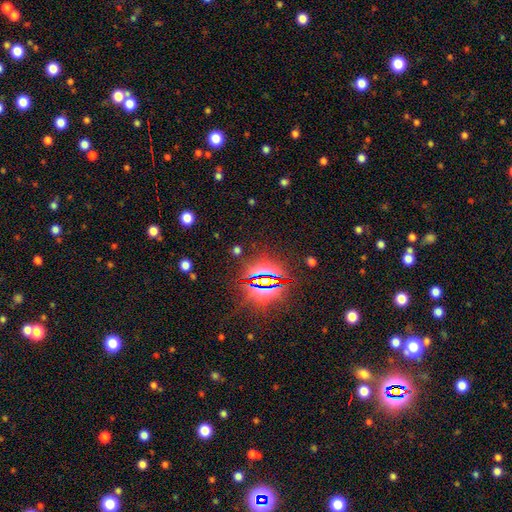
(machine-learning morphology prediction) smooth_or_featured: star or artifact (p=0.82) [alt: smooth p=0.11]